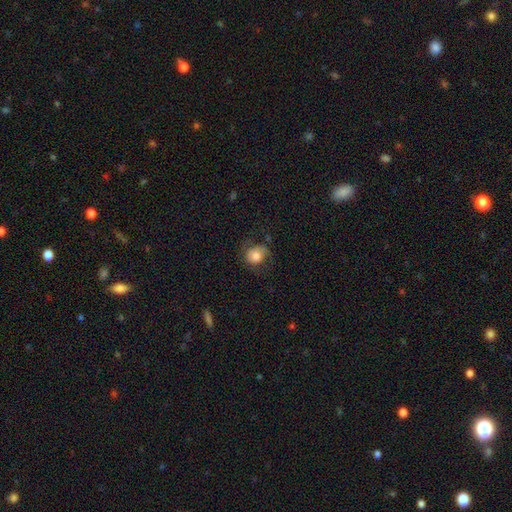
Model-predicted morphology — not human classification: Smooth or featured? Predicted: smooth (p=0.76). How rounded? Predicted: round (p=0.66). Merging? Predicted: none (p=0.55).